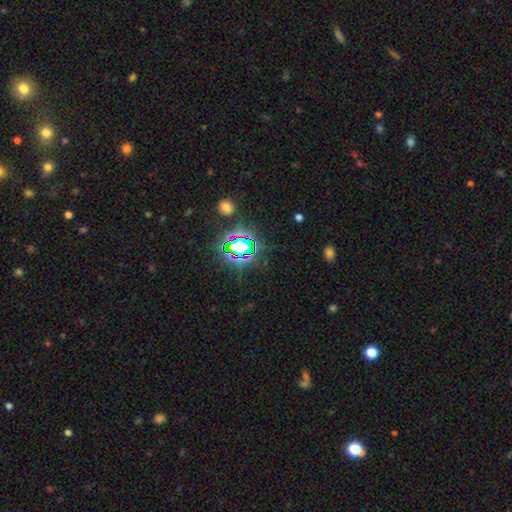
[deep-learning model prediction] smooth-or-featured: star or artifact: 79% | smooth: 14% | featured or disk: 7%